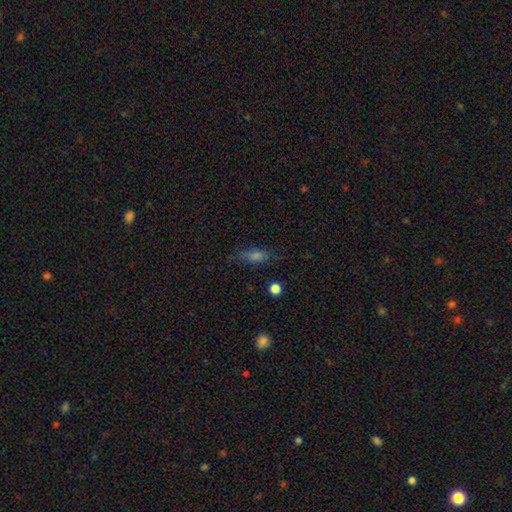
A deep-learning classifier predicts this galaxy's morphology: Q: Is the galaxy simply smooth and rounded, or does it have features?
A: smooth — 62%.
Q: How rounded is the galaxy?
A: in between — 56%.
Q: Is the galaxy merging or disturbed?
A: none — 74%.